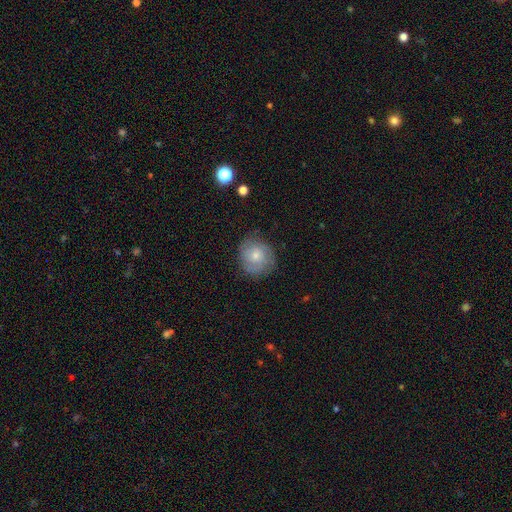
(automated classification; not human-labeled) Smooth or featured? smooth (61%)
How rounded? round (84%)
Merging? none (73%)